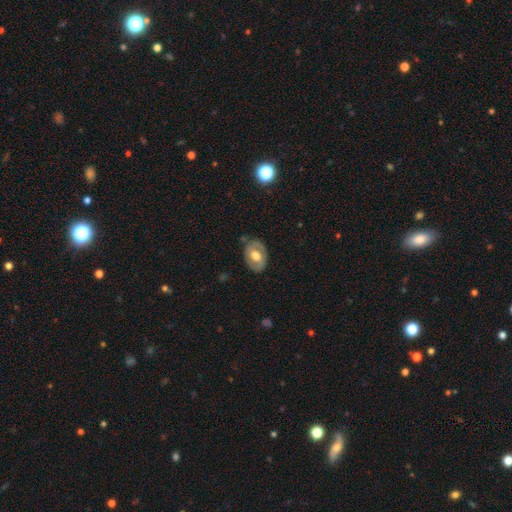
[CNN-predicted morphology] The model was most divided on "smooth or featured": smooth: 48%, featured or disk: 45%, star or artifact: 6%. More confident: merging — none (75%).